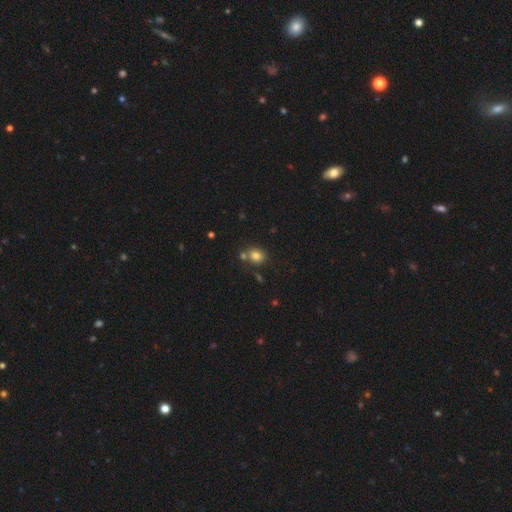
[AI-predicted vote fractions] Smooth or featured? smooth (80%)
How rounded? round (64%)
Merging? none (64%)